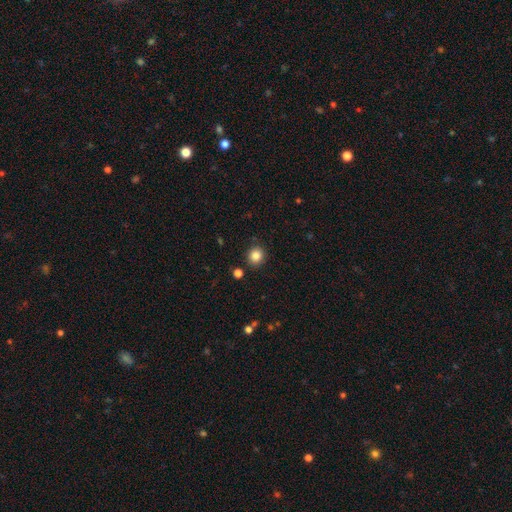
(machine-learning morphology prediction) Smooth or featured: smooth — 85% (star or artifact — 11%)
How rounded: round — 85% (in between — 14%)
Merging: none — 88% (minor disturbance — 7%)